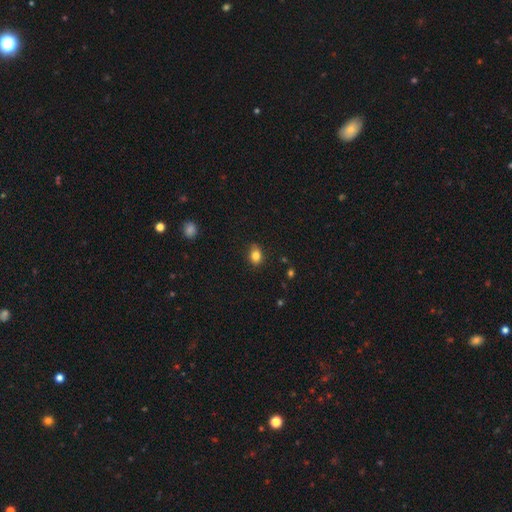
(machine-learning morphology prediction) smooth_or_featured: smooth (p=0.82) [alt: star or artifact p=0.10]
how_rounded: in between (p=0.63) [alt: round p=0.36]
merging: none (p=0.83) [alt: minor disturbance p=0.14]